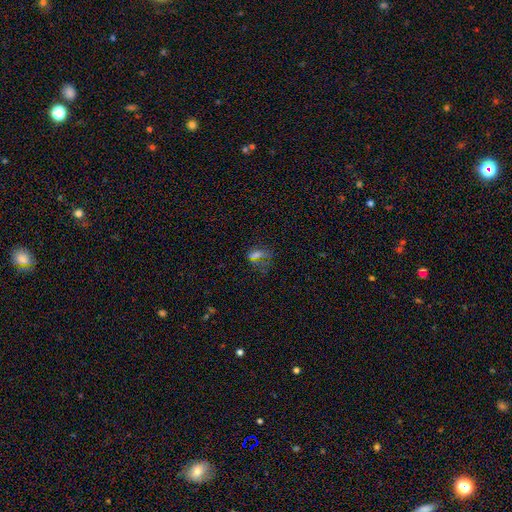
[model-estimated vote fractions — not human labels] Smooth or featured? Predicted: smooth (p=0.46). Merging? Predicted: none (p=0.63).